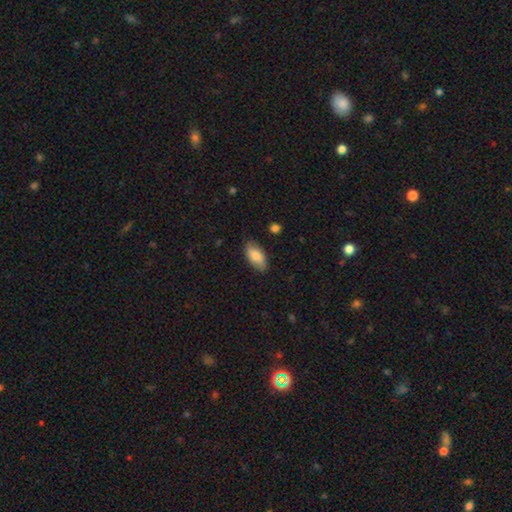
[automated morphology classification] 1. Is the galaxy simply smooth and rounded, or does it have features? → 80% smooth, 14% featured or disk, 6% star or artifact.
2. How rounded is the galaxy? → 92% in between, 6% cigar-shaped, 3% round.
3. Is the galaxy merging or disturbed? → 83% none, 14% minor disturbance, 2% major disturbance, 1% merger.